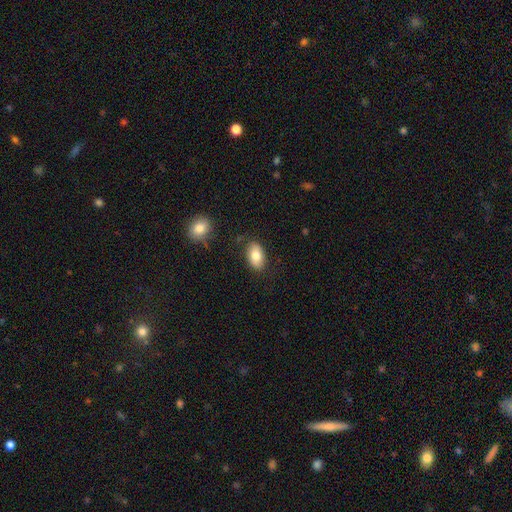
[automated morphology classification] smooth_or_featured: smooth (p=0.81) [alt: featured or disk p=0.12]
how_rounded: in between (p=0.92) [alt: round p=0.07]
merging: none (p=0.82) [alt: minor disturbance p=0.12]